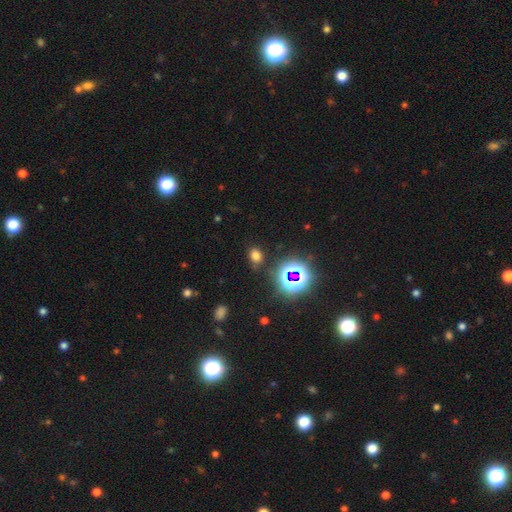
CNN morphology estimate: Smooth or featured? Predicted: smooth (p=0.63). How rounded? Predicted: in between (p=0.59). Merging? Predicted: none (p=0.79).